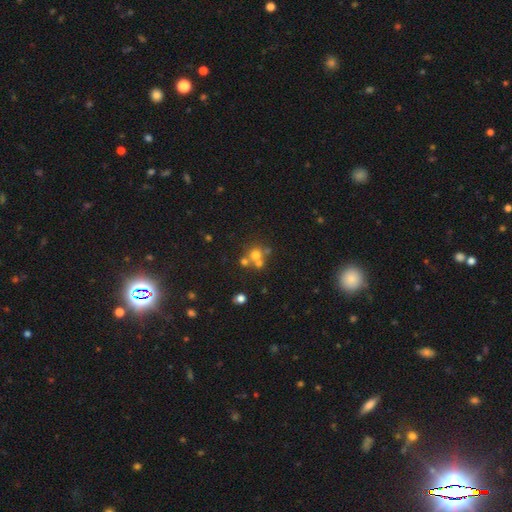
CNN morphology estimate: This appears to be a smooth galaxy with no disk features (61%) that is round (87%). Merging: none (48%).